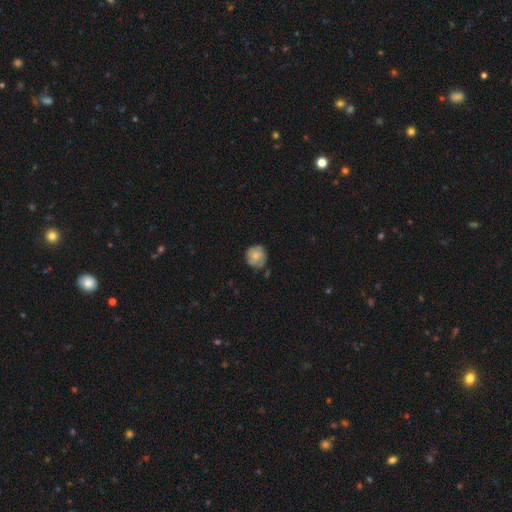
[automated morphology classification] smooth_or_featured: smooth (p=0.69) [alt: featured or disk p=0.24]
how_rounded: round (p=0.88) [alt: in between p=0.11]
merging: none (p=0.71) [alt: minor disturbance p=0.23]